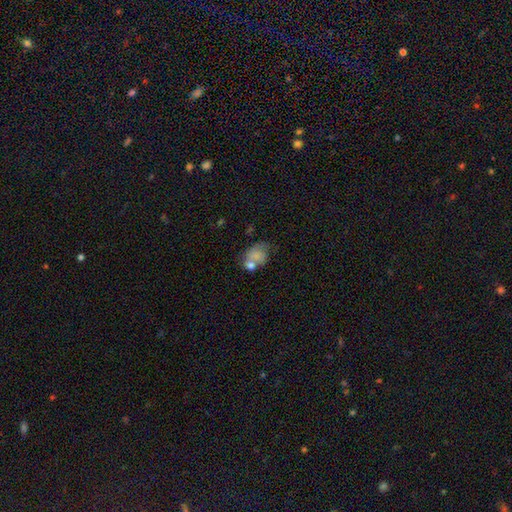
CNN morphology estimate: smooth 69%, featured or disk 22%, star or artifact 9%. Down the decision tree: how rounded — in between (65%); merging — merger (40%).